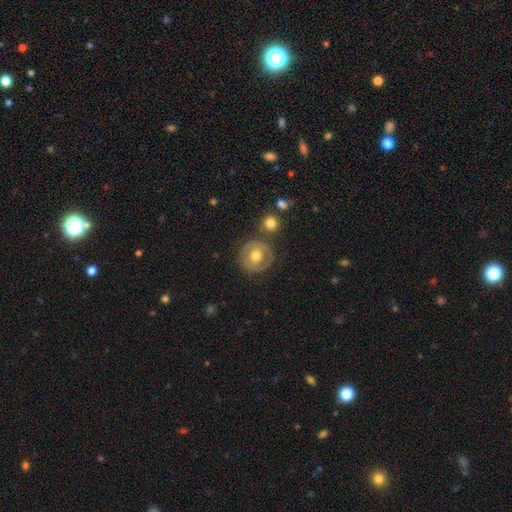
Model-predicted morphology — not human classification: A smooth galaxy with no disk features (52%) that is round (90%). Merging: none (76%).